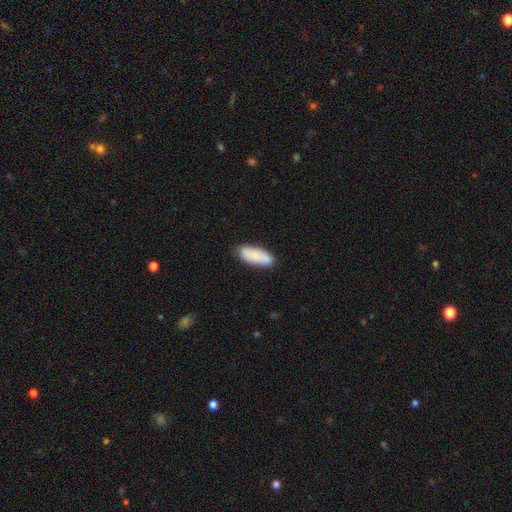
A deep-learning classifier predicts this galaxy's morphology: smooth 78%, featured or disk 15%, star or artifact 6%. Down the decision tree: how rounded — in between (79%); merging — none (77%).